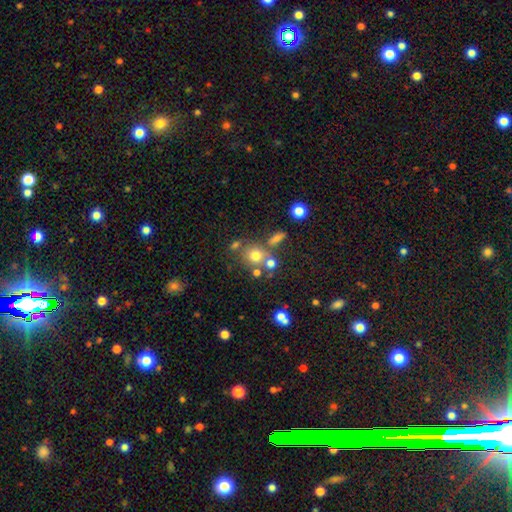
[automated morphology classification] Smooth or featured? Predicted: smooth (p=0.69). How rounded? Predicted: round (p=0.79). Merging? Predicted: none (p=0.58).